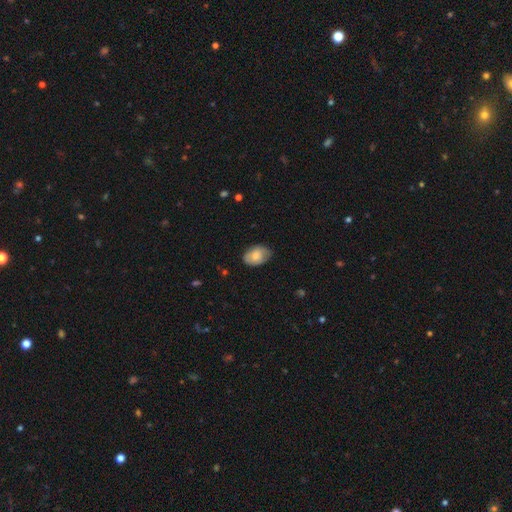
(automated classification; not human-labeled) A smooth galaxy with no disk features (74%) that is in between round and cigar-shaped (86%).

Vote fractions:
- Smooth or featured? smooth: 74% / featured or disk: 20% / star or artifact: 7%
- How rounded? in between: 86% / round: 12% / cigar-shaped: 1%
- Merging? none: 72% / minor disturbance: 22% / major disturbance: 4% / merger: 1%